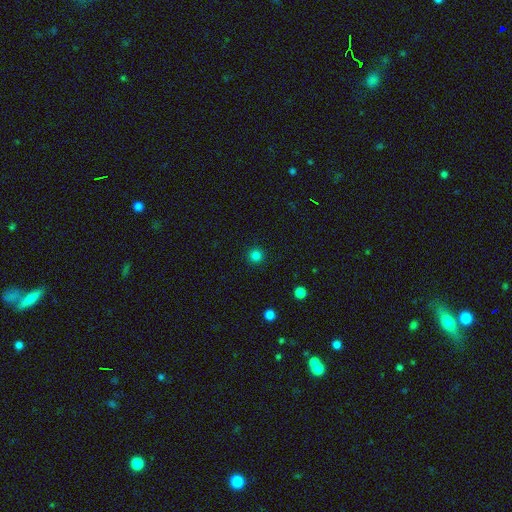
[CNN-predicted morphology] This appears to be a smooth galaxy with no disk features (82%) that is round (96%). Merging: none (93%).